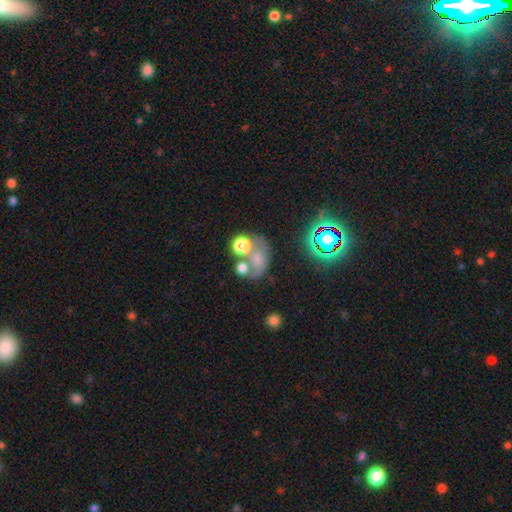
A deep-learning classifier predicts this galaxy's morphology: Smooth or featured: smooth — 47% (featured or disk — 27%)
Merging: merger — 38% (none — 30%)